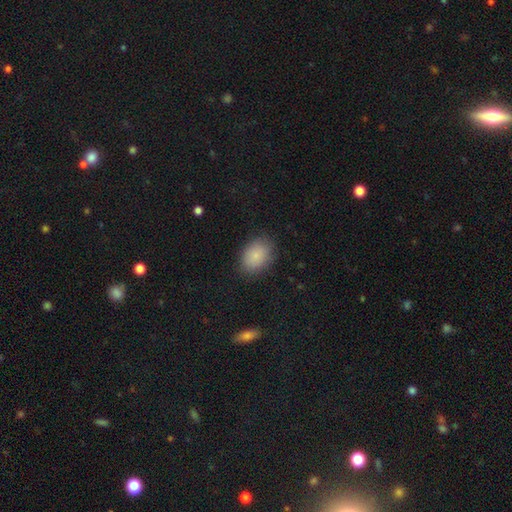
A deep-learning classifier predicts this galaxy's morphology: A smooth galaxy with no disk features (85%) that is in between round and cigar-shaped (77%).

Vote fractions:
- Smooth or featured? smooth: 85% / star or artifact: 8% / featured or disk: 7%
- How rounded? in between: 77% / round: 22% / cigar-shaped: 1%
- Merging? none: 83% / minor disturbance: 12% / major disturbance: 4% / merger: 1%